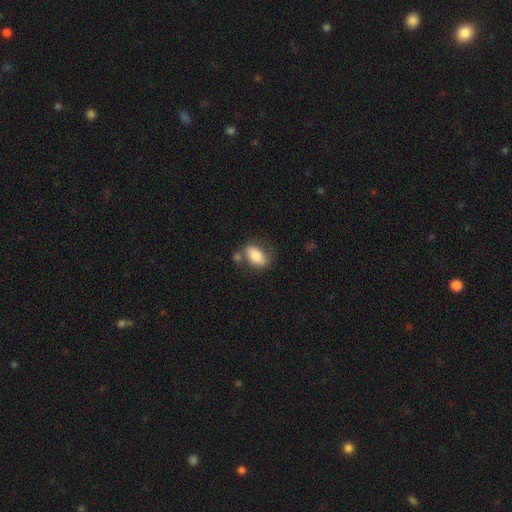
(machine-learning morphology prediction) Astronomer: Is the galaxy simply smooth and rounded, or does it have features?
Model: smooth — 78%.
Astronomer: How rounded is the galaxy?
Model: in between — 89%.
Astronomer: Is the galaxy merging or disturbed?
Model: none — 58%.